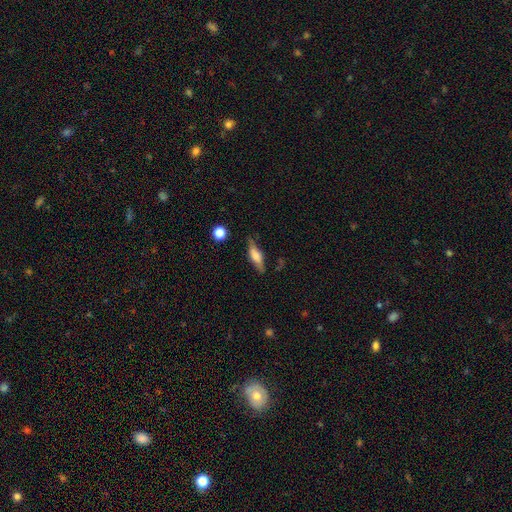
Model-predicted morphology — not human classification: Overall: smooth (48%; featured or disk 44%). Merging: none (75%).